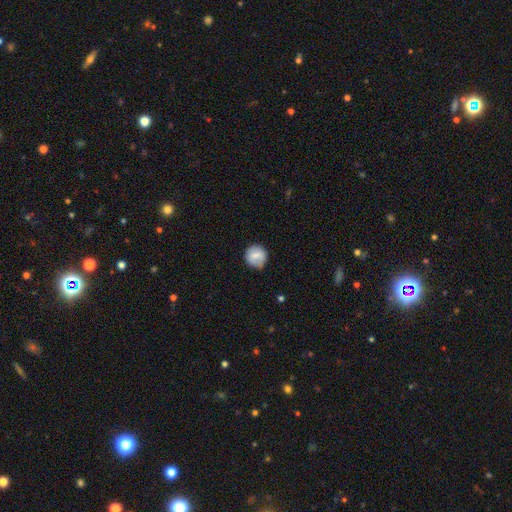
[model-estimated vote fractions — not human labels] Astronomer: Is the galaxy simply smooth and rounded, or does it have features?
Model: smooth — 72%.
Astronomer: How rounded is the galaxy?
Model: round — 89%.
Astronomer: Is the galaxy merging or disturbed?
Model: none — 77%.